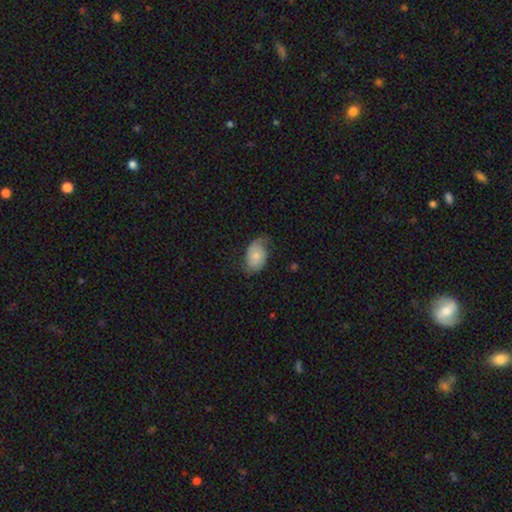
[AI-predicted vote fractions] smooth 60%, featured or disk 33%, star or artifact 7%. Down the decision tree: how rounded — in between (87%); merging — none (51%).